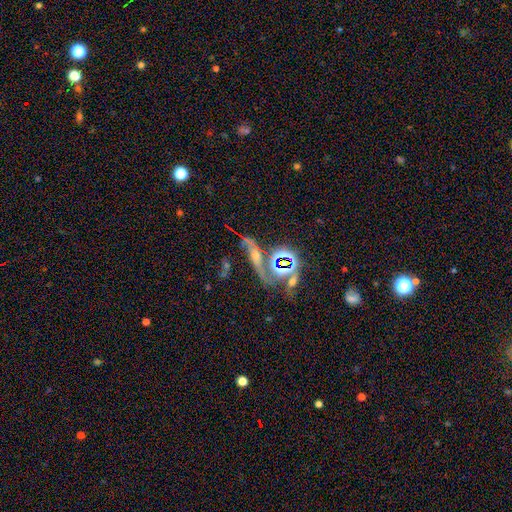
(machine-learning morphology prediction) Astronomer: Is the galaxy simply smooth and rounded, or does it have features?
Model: featured or disk — 50% (runner-up: star or artifact, 32%).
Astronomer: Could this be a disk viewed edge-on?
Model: no — 68%.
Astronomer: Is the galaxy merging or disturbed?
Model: none — 45% (runner-up: merger, 20%).